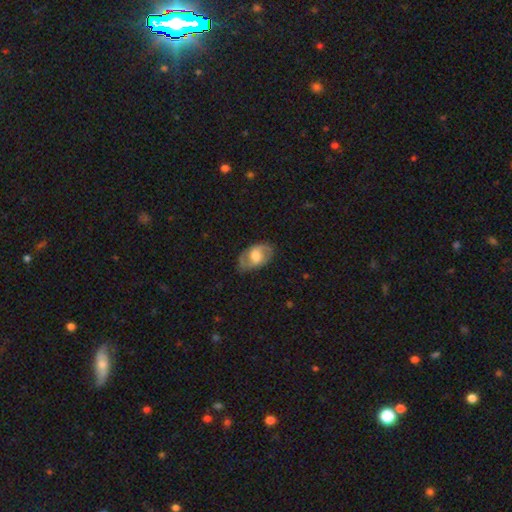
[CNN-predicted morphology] A featured or disk galaxy (52%).

Vote fractions:
- Smooth or featured? featured or disk: 52% / smooth: 42% / star or artifact: 6%
- Edge-on disk? no: 91% / yes: 9%
- Merging? none: 76% / minor disturbance: 17% / major disturbance: 6% / merger: 1%